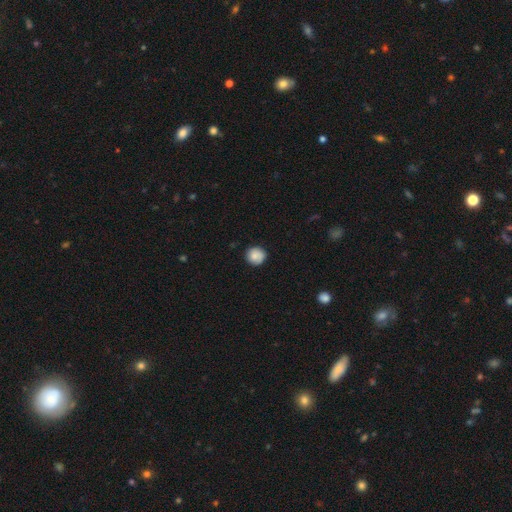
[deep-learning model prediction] smooth 80%, featured or disk 12%, star or artifact 8%. Down the decision tree: how rounded — round (91%); merging — none (81%).